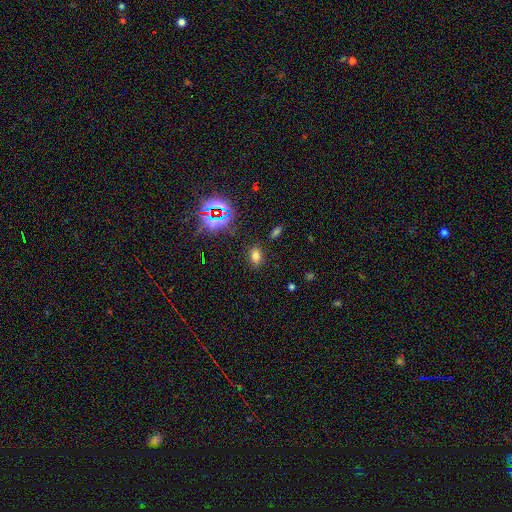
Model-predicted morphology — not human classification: Smooth or featured? Predicted: smooth (p=0.68). How rounded? Predicted: in between (p=0.82). Merging? Predicted: none (p=0.84).